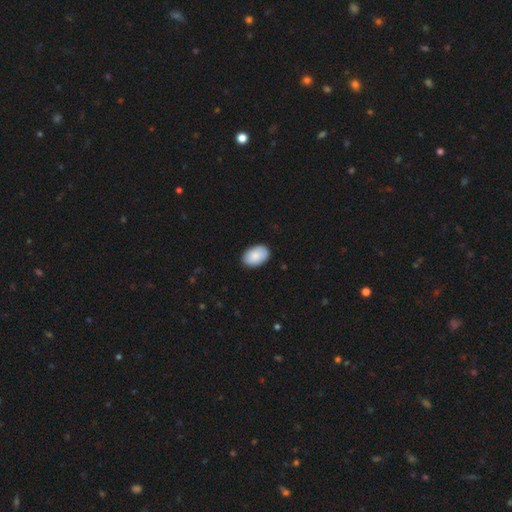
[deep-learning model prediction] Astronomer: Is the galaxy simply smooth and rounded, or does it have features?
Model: smooth — 88%.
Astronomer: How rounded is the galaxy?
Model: in between — 91%.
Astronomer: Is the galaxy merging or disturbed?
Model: none — 88%.